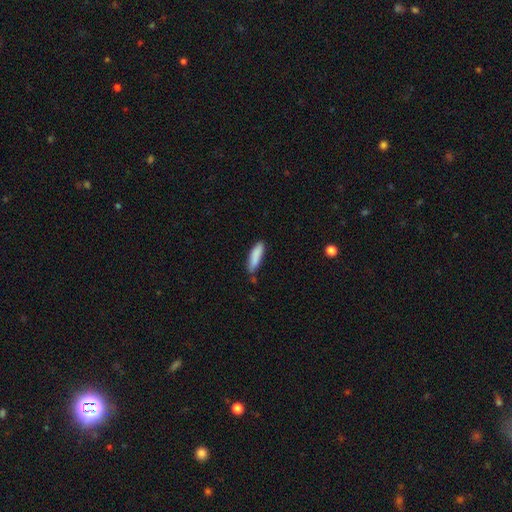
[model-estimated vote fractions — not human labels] Overall: smooth (87%). How rounded: cigar-shaped (68%; in between 31%). Merging: none (75%).